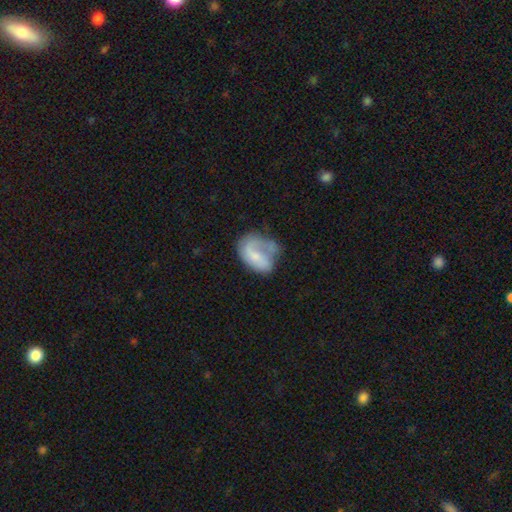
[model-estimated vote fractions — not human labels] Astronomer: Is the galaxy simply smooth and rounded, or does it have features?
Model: featured or disk — 51% (runner-up: smooth, 42%).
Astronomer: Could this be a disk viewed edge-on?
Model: no — 97%.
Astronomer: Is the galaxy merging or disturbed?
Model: major disturbance — 34% (runner-up: none, 30%).